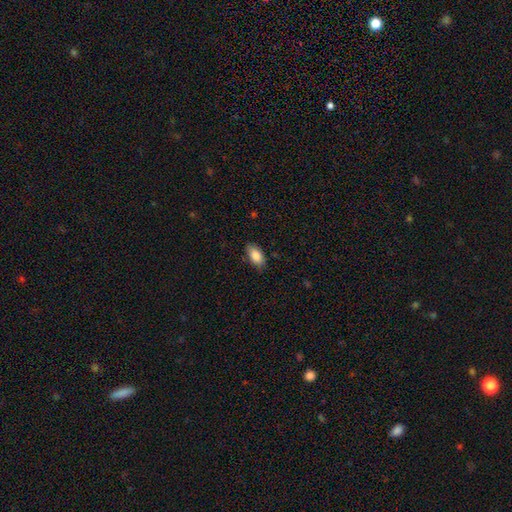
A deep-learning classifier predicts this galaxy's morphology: The model was most divided on "merging": none: 82%, minor disturbance: 14%, major disturbance: 3%, merger: 1%. More confident: how rounded — in between (93%); smooth or featured — smooth (86%).